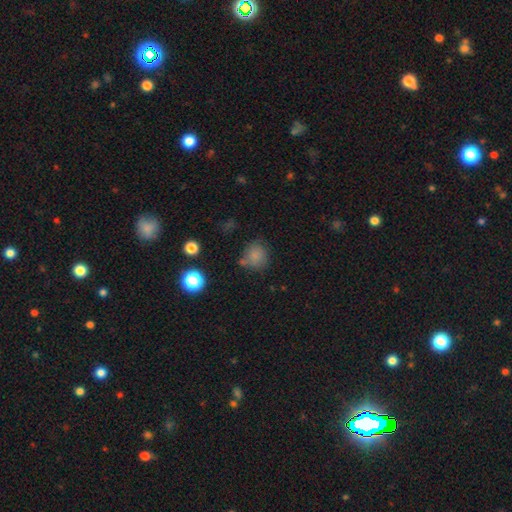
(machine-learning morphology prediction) smooth-or-featured: smooth: 78% | star or artifact: 13% | featured or disk: 8%
  how-rounded: round: 81% | in between: 18% | cigar-shaped: 1%
  merging: none: 61% | minor disturbance: 21% | merger: 10% | major disturbance: 8%